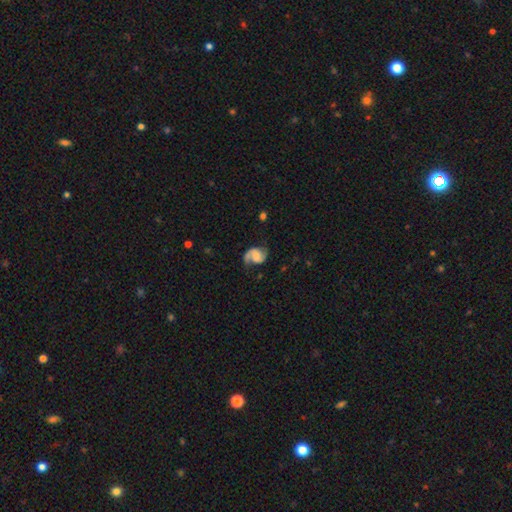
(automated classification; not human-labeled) Smooth or featured? Predicted: featured or disk (p=0.80). Edge-on disk? Predicted: no (p=0.98). Bar? Predicted: no (p=0.51). Spiral arms? Predicted: yes (p=0.96). Spiral winding? Predicted: medium (p=0.45). Spiral arm count? Predicted: 2 (p=0.81). Bulge size? Predicted: none (p=0.43). Merging? Predicted: none (p=0.64).